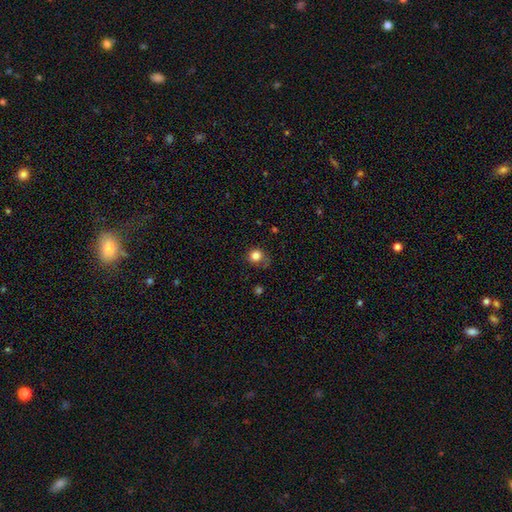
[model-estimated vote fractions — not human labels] This appears to be a smooth galaxy with no disk features (83%) that is round (82%). Merging: none (59%).